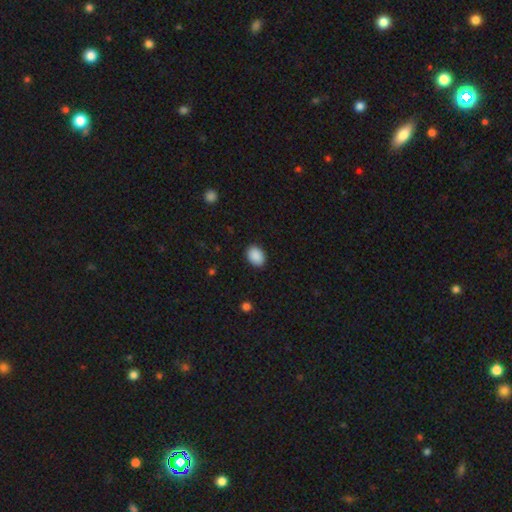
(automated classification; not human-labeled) smooth-or-featured: smooth: 90% | star or artifact: 7% | featured or disk: 2%
  how-rounded: in between: 74% | round: 25% | cigar-shaped: 1%
  merging: none: 90% | minor disturbance: 7% | major disturbance: 2% | merger: 1%